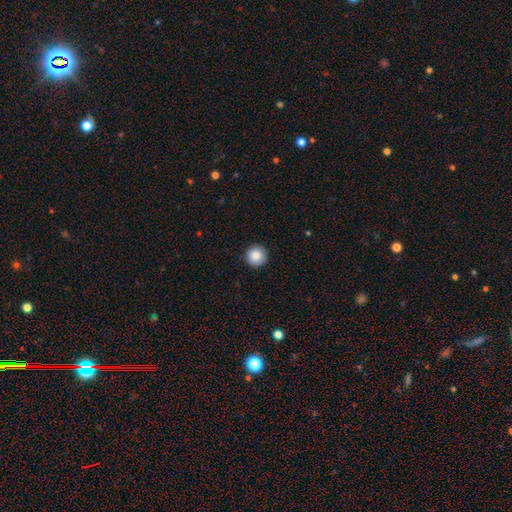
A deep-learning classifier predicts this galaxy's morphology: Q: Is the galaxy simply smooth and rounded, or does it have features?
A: smooth — 88%.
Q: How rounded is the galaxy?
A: round — 96%.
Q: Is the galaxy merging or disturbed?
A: none — 92%.